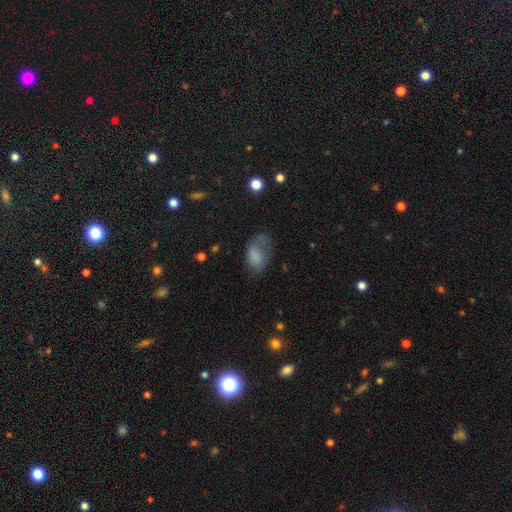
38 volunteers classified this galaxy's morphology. Smooth or featured?
  - smooth: 74% *
  - featured or disk: 21%
  - star or artifact: 5%
How rounded?
  - in between: 89% *
  - round: 11%
  - cigar-shaped: 0%
Merging?
  - major disturbance: 50% *
  - minor disturbance: 28%
  - none: 19%
  - merger: 3%